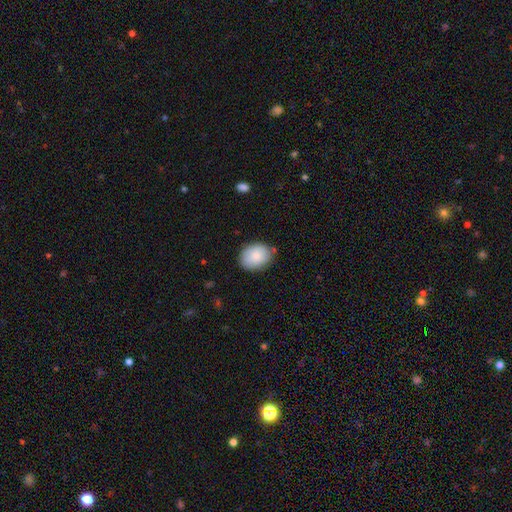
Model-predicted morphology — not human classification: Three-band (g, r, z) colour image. It shows a smooth galaxy with no disk features (86%) that is in between round and cigar-shaped (69%). Merging: none (80%).